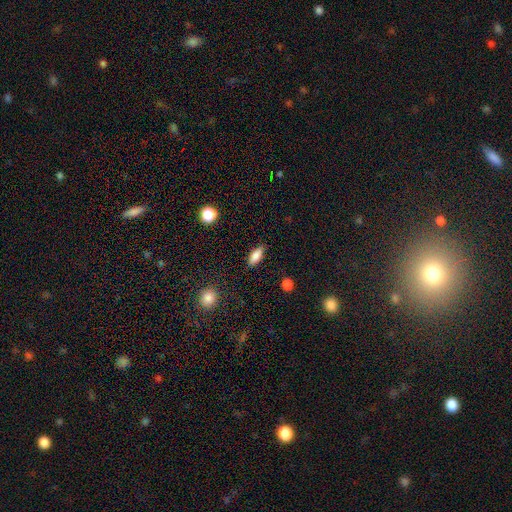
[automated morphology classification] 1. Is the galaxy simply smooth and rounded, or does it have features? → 83% smooth, 10% featured or disk, 8% star or artifact.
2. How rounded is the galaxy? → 77% in between, 19% cigar-shaped, 3% round.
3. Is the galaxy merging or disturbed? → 86% none, 11% minor disturbance, 2% major disturbance, 1% merger.